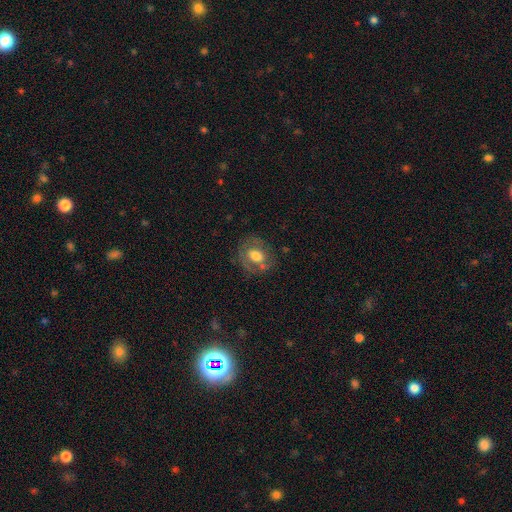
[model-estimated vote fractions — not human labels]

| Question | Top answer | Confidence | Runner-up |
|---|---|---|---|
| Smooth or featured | smooth | 50% | featured or disk (41%) |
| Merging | none | 65% | minor disturbance (21%) |